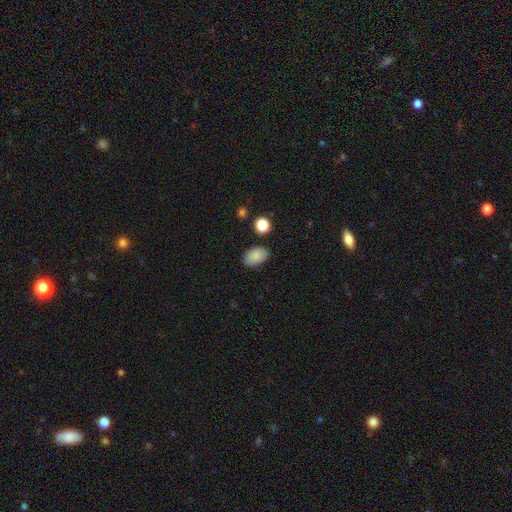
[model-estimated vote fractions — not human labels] smooth 87%, star or artifact 8%, featured or disk 5%. Down the decision tree: how rounded — in between (90%); merging — none (84%).